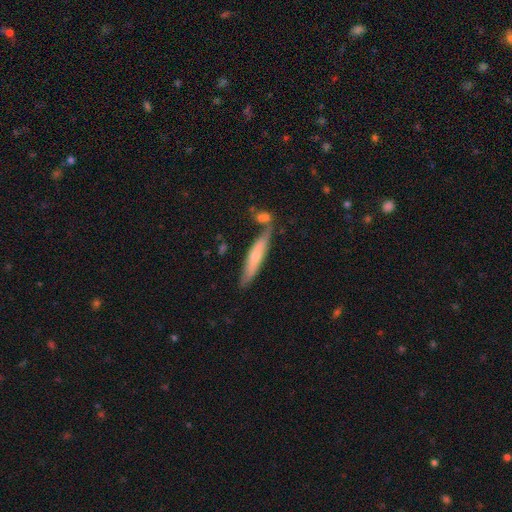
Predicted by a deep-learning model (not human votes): This is possibly a smooth galaxy (55%). How rounded: clearly cigar-shaped (87%). Merging: likely none (61%).